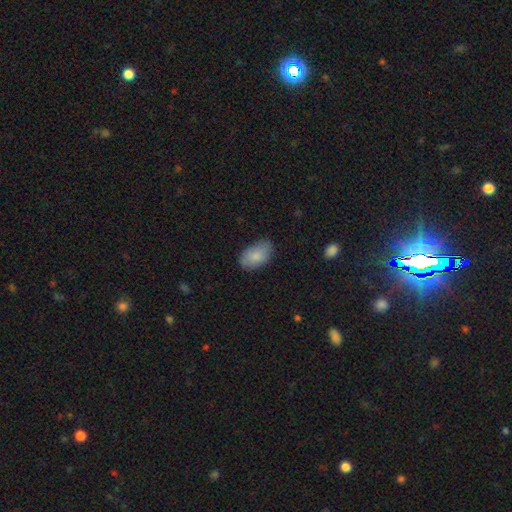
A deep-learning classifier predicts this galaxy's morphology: Q: Smooth or featured?
A: smooth (84%); runner-up: featured or disk (10%)
Q: How rounded?
A: in between (93%); runner-up: round (5%)
Q: Merging?
A: none (75%); runner-up: minor disturbance (20%)